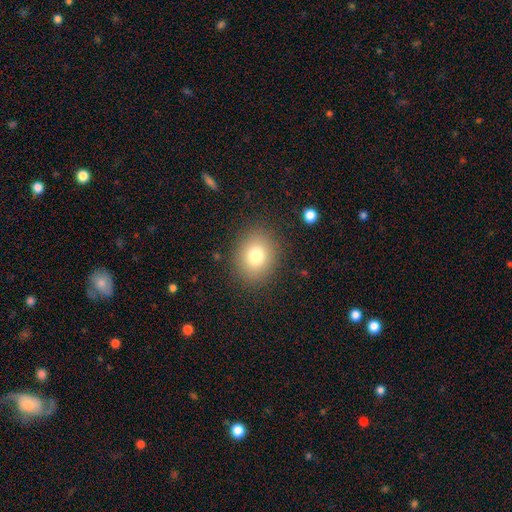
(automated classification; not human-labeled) This appears to be a smooth galaxy with no disk features (78%) that is round (63%). Merging: none (87%).